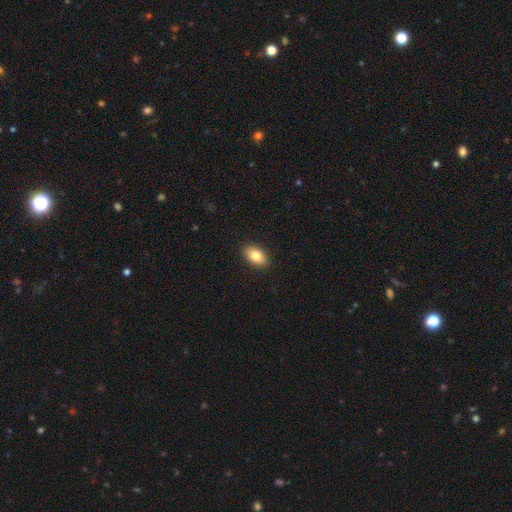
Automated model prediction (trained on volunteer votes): Smooth or featured?
  - smooth: 84% *
  - featured or disk: 9%
  - star or artifact: 7%
How rounded?
  - in between: 91% *
  - round: 7%
  - cigar-shaped: 2%
Merging?
  - none: 90% *
  - minor disturbance: 7%
  - major disturbance: 2%
  - merger: 1%